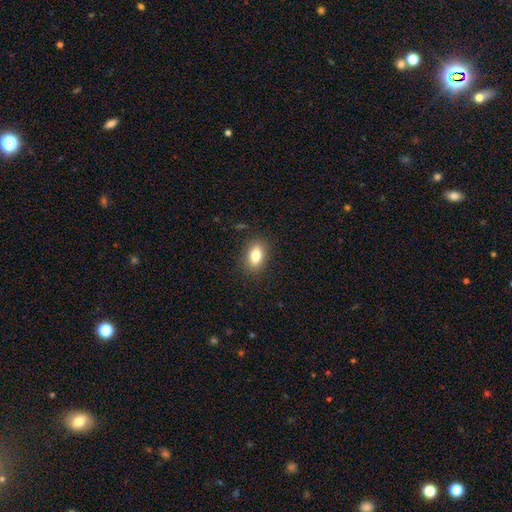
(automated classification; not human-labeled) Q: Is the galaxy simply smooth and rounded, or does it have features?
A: smooth — 81%.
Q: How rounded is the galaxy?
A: in between — 82%.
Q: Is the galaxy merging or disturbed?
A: none — 86%.